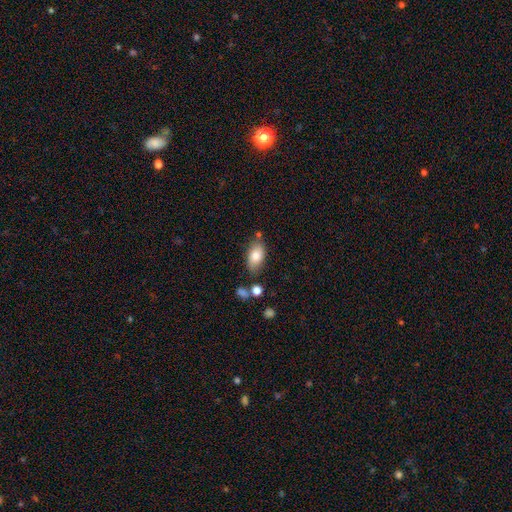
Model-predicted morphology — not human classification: Overall: smooth (80%). How rounded: in between (92%). Merging: none (72%).